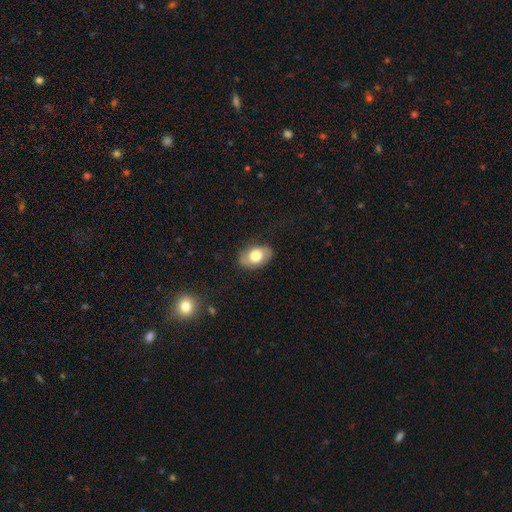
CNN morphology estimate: Smooth or featured? smooth (65%)
How rounded? in between (87%)
Merging? none (80%)